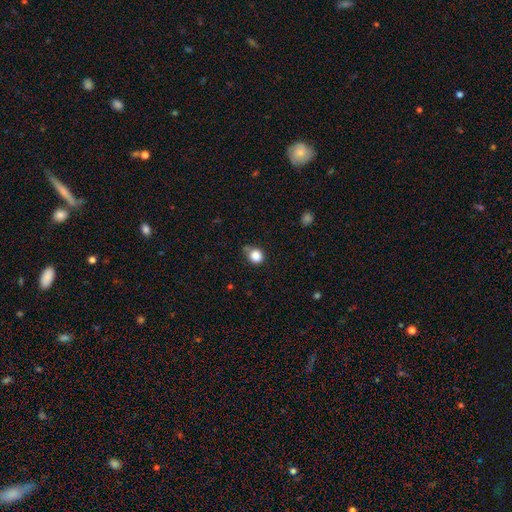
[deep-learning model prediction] Q: Smooth or featured?
A: smooth (85%); runner-up: star or artifact (11%)
Q: How rounded?
A: round (80%); runner-up: in between (19%)
Q: Merging?
A: none (61%); runner-up: minor disturbance (29%)